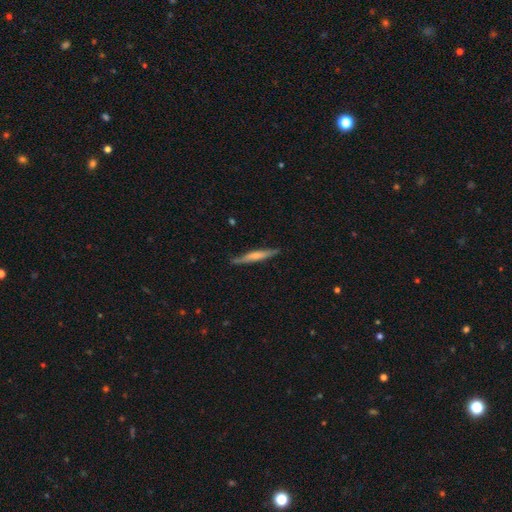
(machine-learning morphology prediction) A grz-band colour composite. It shows a smooth galaxy with no disk features (51%) that is cigar-shaped (93%). Merging: none (83%).